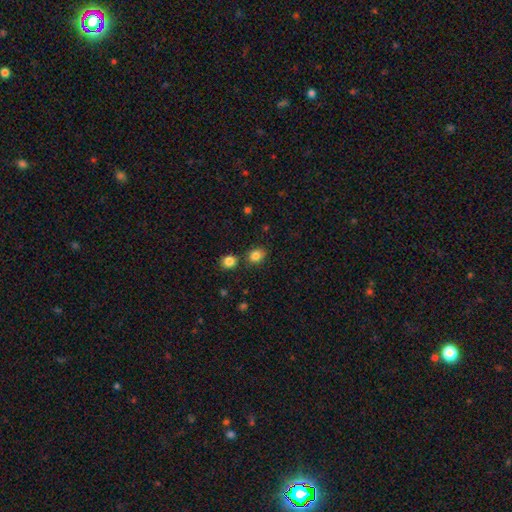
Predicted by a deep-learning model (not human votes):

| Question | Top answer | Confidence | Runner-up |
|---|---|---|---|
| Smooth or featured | smooth | 84% | star or artifact (11%) |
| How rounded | round | 62% | in between (37%) |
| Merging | none | 77% | merger (11%) |